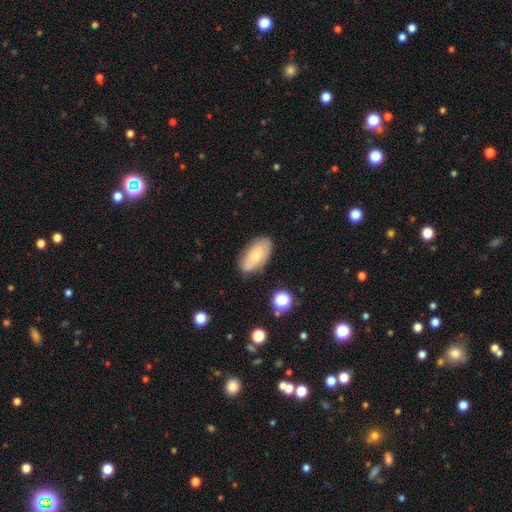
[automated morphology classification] The model was most divided on "smooth or featured": smooth: 60%, featured or disk: 33%, star or artifact: 8%. More confident: how rounded — in between (92%); merging — none (76%).